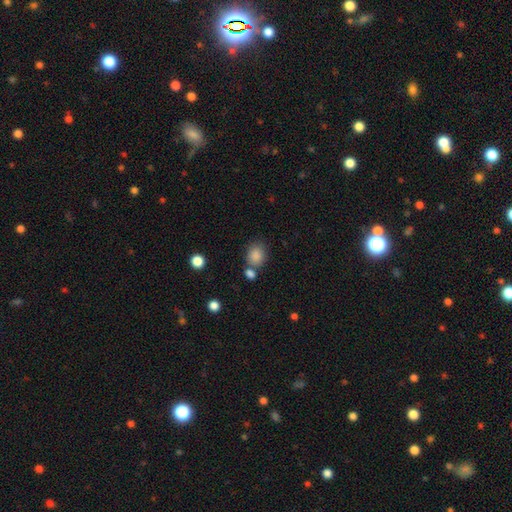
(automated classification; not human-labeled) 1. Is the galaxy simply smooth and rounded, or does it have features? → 86% smooth, 9% star or artifact, 5% featured or disk.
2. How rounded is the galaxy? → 58% round, 41% in between, 1% cigar-shaped.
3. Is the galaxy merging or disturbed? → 62% none, 20% merger, 13% minor disturbance, 5% major disturbance.